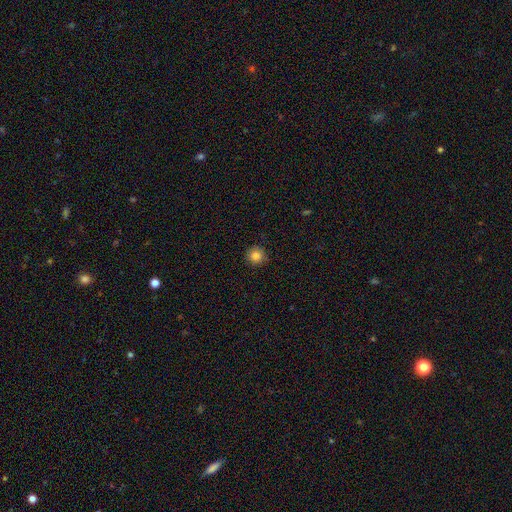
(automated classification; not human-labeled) The model was most divided on "smooth or featured": smooth: 84%, star or artifact: 11%, featured or disk: 5%. More confident: how rounded — round (95%); merging — none (90%).